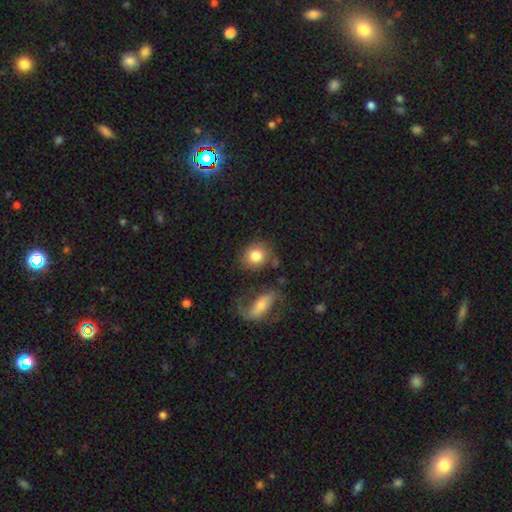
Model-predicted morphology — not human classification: type=smooth (80%); roundness=round (75%); merging=none (68%).